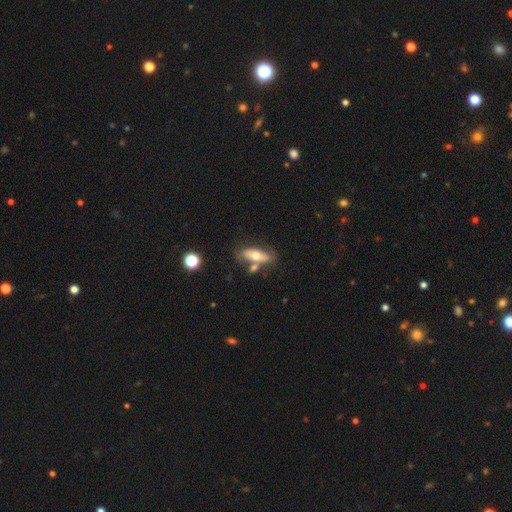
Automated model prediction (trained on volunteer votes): Overall: smooth (52%; featured or disk 41%). How rounded: in between (72%). Merging: none (56%; merger 20%).